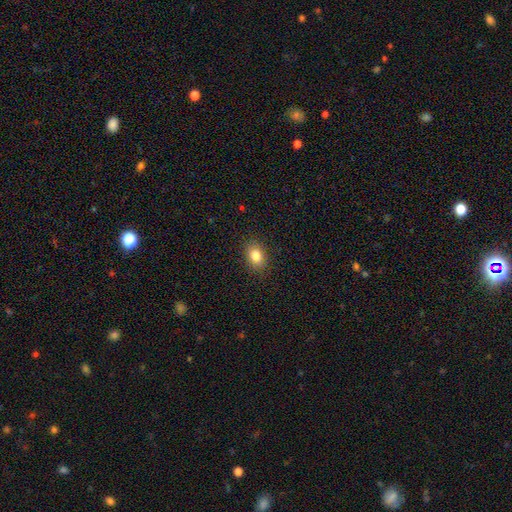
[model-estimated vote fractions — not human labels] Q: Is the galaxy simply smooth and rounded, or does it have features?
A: smooth — 84%.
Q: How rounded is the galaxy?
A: in between — 71%.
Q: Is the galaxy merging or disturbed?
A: none — 88%.